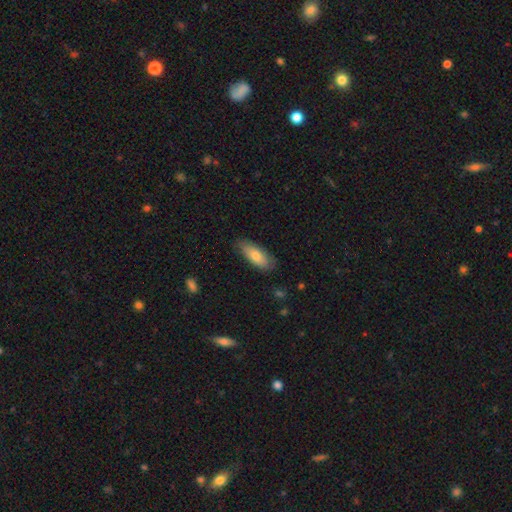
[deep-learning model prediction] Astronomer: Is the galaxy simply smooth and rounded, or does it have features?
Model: smooth — 77%.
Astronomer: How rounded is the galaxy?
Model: in between — 75%.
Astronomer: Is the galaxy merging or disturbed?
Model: none — 79%.